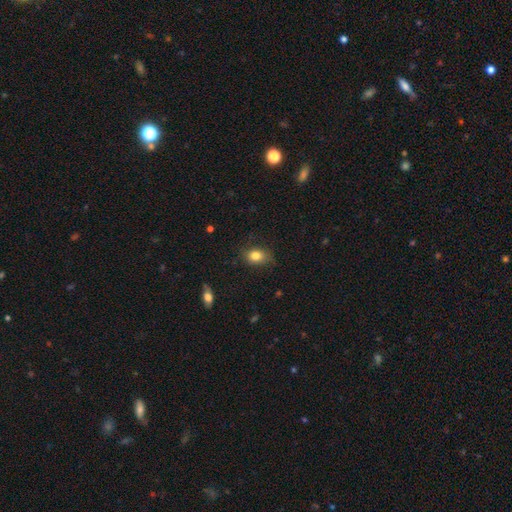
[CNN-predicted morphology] The model was most divided on "how rounded": in between: 67%, round: 32%, cigar-shaped: 2%. More confident: smooth or featured — smooth (81%); merging — none (74%).